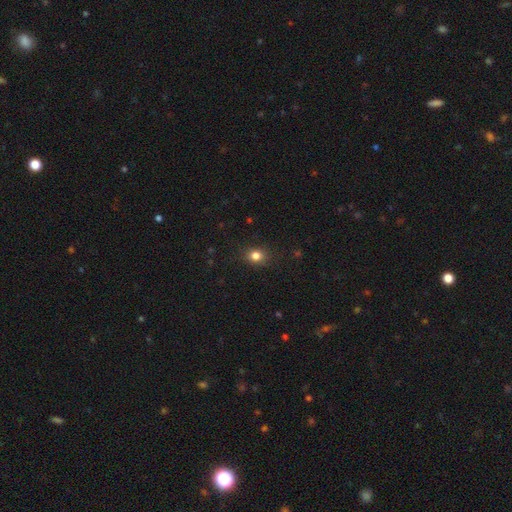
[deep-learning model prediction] Smooth or featured: smooth — 82% (star or artifact — 13%)
How rounded: round — 61% (in between — 38%)
Merging: none — 85% (minor disturbance — 11%)